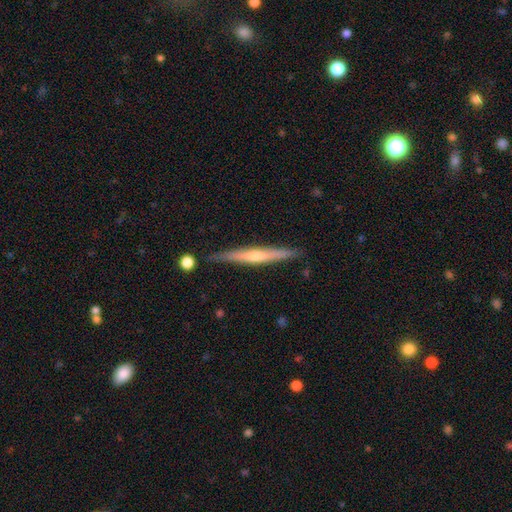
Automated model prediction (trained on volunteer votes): Q: Smooth or featured?
A: featured or disk (72%); runner-up: smooth (22%)
Q: Edge-on disk?
A: yes (98%); runner-up: no (2%)
Q: Edge-on bulge?
A: rounded (77%); runner-up: none (18%)
Q: Merging?
A: none (88%); runner-up: minor disturbance (8%)